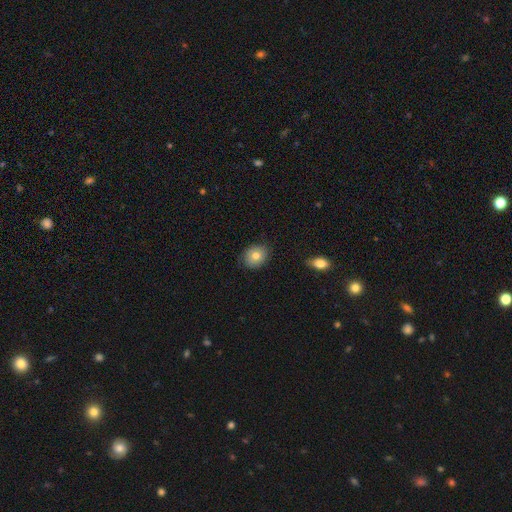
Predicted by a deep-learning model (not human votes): Smooth or featured?
  - smooth: 76% *
  - featured or disk: 14%
  - star or artifact: 9%
How rounded?
  - round: 58% *
  - in between: 41%
  - cigar-shaped: 1%
Merging?
  - none: 84% *
  - minor disturbance: 13%
  - major disturbance: 3%
  - merger: 1%